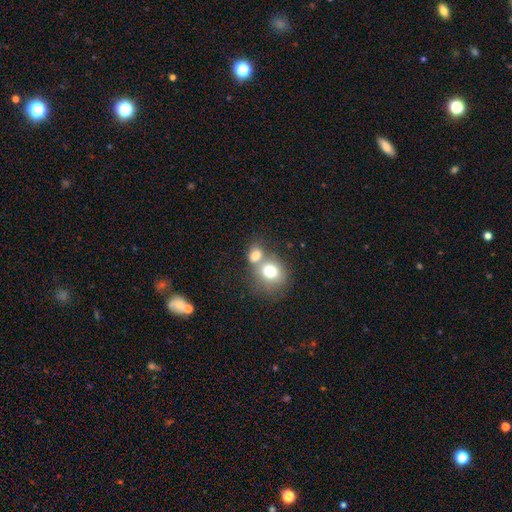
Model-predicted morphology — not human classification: Q: Smooth or featured?
A: smooth (76%); runner-up: featured or disk (14%)
Q: How rounded?
A: round (55%); runner-up: in between (44%)
Q: Merging?
A: merger (57%); runner-up: none (29%)